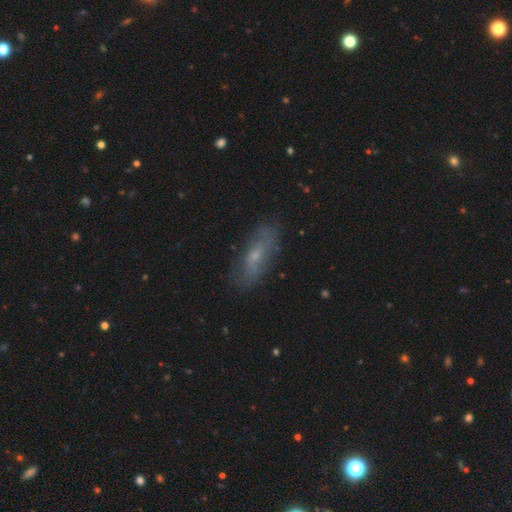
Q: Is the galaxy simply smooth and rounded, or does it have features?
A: smooth — 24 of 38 (63%).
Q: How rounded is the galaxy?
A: in between — 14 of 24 (58%).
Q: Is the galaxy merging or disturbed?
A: none — 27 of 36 (75%).